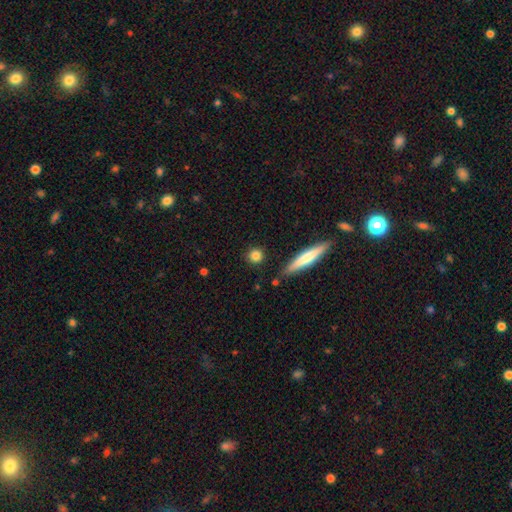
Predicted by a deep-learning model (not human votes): Smooth or featured? smooth (82%)
How rounded? round (83%)
Merging? none (86%)